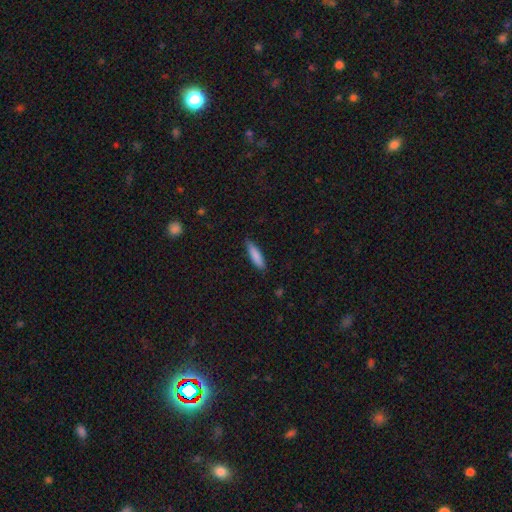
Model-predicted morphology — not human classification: Smooth or featured? Predicted: smooth (p=0.85). How rounded? Predicted: cigar-shaped (p=0.74). Merging? Predicted: none (p=0.85).